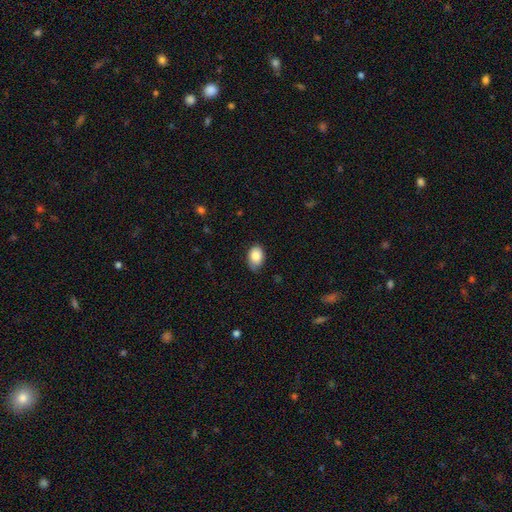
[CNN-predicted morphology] Overall: smooth (85%). How rounded: in between (80%). Merging: none (65%; minor disturbance 30%).